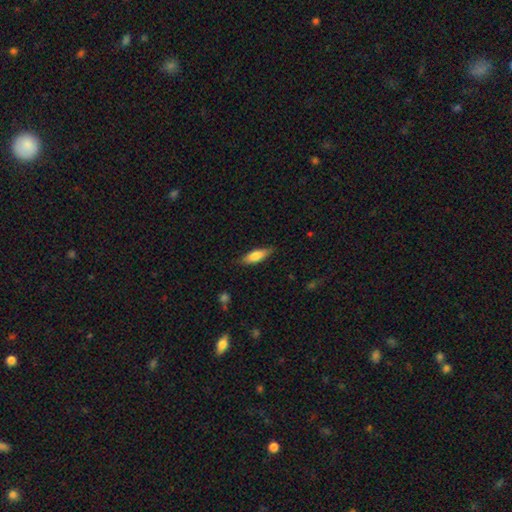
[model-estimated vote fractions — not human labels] Q: Smooth or featured?
A: smooth (77%); runner-up: featured or disk (17%)
Q: How rounded?
A: in between (55%); runner-up: cigar-shaped (43%)
Q: Merging?
A: none (81%); runner-up: minor disturbance (15%)